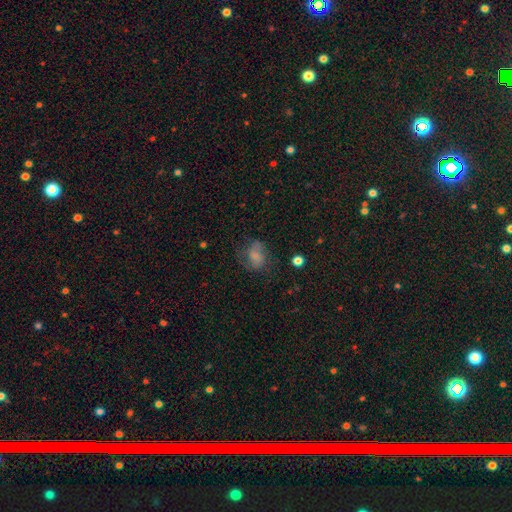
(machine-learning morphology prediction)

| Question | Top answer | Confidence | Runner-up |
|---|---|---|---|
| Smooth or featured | smooth | 65% | featured or disk (22%) |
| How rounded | in between | 57% | round (41%) |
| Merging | none | 49% | minor disturbance (26%) |